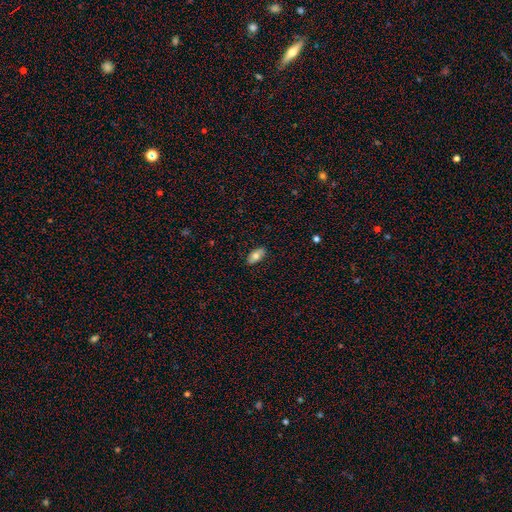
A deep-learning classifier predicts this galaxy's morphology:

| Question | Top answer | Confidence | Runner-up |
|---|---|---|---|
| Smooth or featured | smooth | 73% | featured or disk (20%) |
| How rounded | in between | 91% | cigar-shaped (5%) |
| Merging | none | 87% | minor disturbance (10%) |